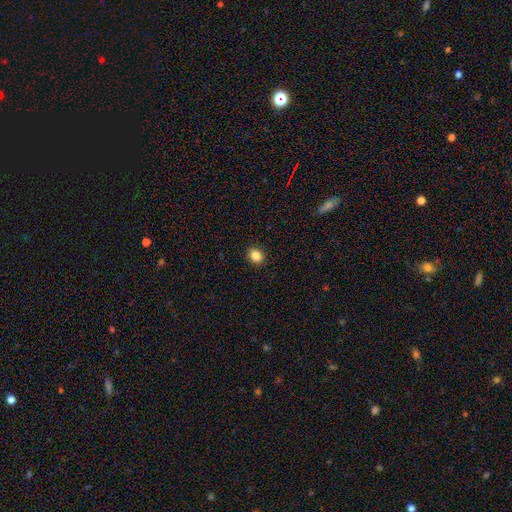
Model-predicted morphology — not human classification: smooth 86%, star or artifact 10%, featured or disk 5%. Down the decision tree: how rounded — in between (55%); merging — none (90%).